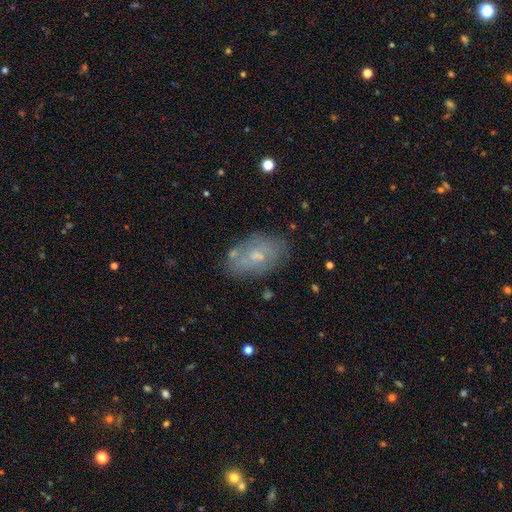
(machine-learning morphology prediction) A smooth galaxy with no disk features (53%) that is in between round and cigar-shaped (90%). Merging: none (70%).